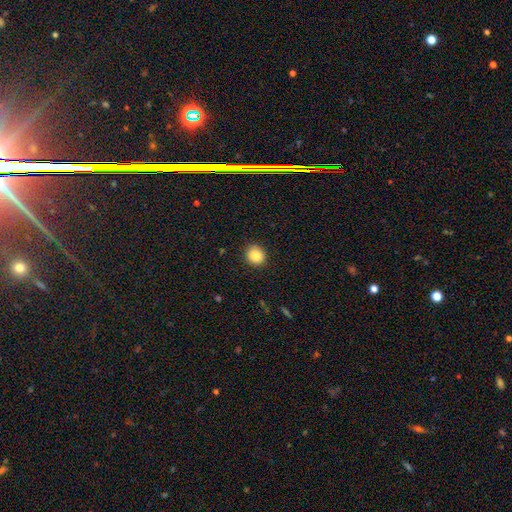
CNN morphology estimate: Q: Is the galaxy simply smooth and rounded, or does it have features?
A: smooth — 86%.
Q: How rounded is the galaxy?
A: round — 84%.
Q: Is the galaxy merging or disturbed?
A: none — 89%.